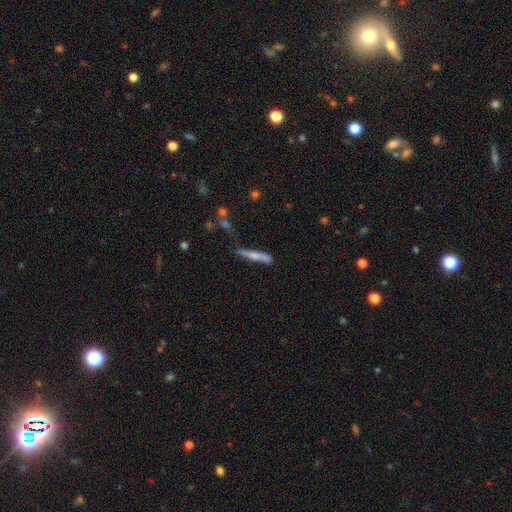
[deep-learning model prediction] This is likely a smooth galaxy (61%). How rounded: clearly cigar-shaped (92%). Merging: likely none (64%).